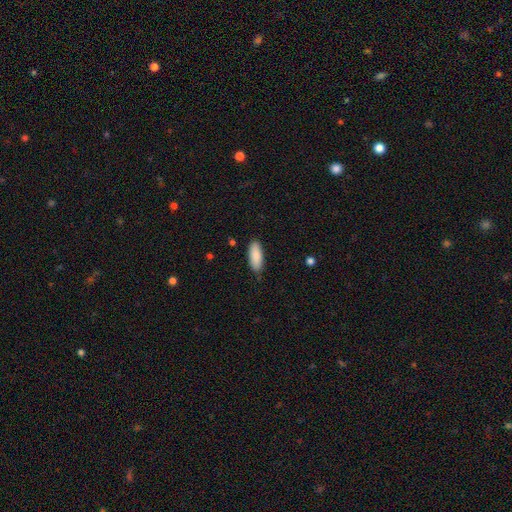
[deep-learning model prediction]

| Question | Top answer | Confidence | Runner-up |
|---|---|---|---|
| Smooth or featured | smooth | 88% | featured or disk (6%) |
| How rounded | in between | 78% | cigar-shaped (21%) |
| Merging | none | 85% | minor disturbance (11%) |